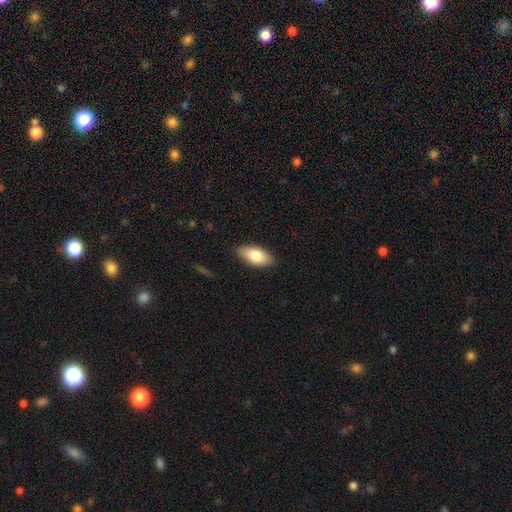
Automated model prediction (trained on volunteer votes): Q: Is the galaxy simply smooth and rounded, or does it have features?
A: smooth — 78%.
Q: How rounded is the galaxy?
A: in between — 89%.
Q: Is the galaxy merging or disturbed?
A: none — 87%.